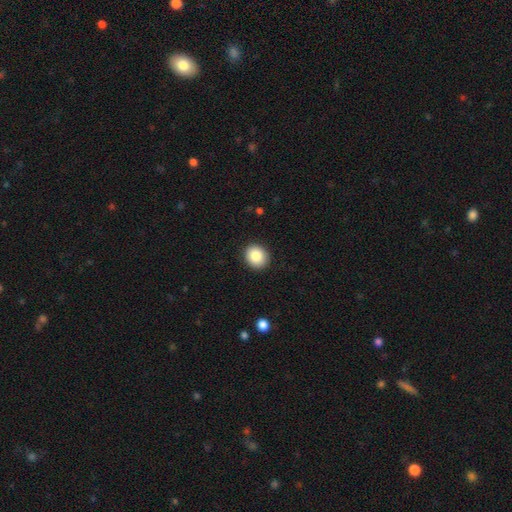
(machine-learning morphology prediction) Smooth or featured? Predicted: smooth (p=0.85). How rounded? Predicted: round (p=0.70). Merging? Predicted: none (p=0.91).